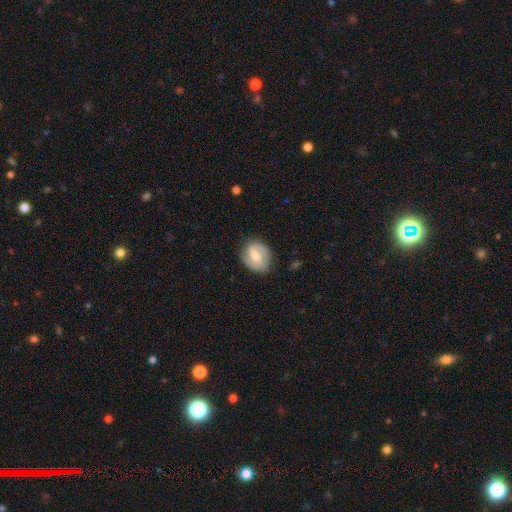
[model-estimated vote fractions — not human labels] smooth-or-featured: featured or disk: 72% | smooth: 23% | star or artifact: 6%
  disk-edge-on: no: 97% | yes: 3%
    bar: weak: 53% | no: 26% | strong: 21%
    has-spiral-arms: yes: 93% | no: 7%
      spiral-winding: medium: 46% | tight: 34% | loose: 20%
      spiral-arm-count: 2: 82% | can't tell: 8% | 1: 4% | 3: 3% | 4: 1% | more than 4: 1%
    bulge-size: small: 48% | moderate: 42% | none: 6% | large: 3% | dominant: 1%
  merging: none: 77% | minor disturbance: 17% | major disturbance: 5% | merger: 1%